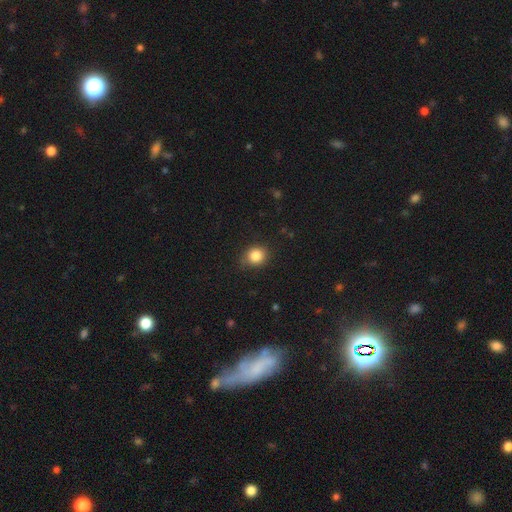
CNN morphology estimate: Smooth or featured?
  - smooth: 84% *
  - star or artifact: 11%
  - featured or disk: 5%
How rounded?
  - round: 77% *
  - in between: 22%
  - cigar-shaped: 1%
Merging?
  - none: 80% *
  - minor disturbance: 16%
  - major disturbance: 3%
  - merger: 1%